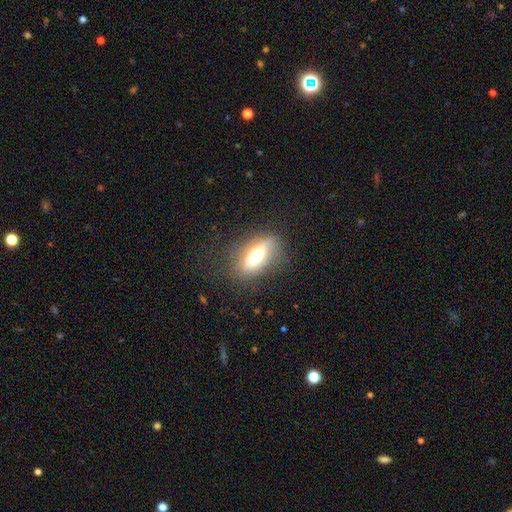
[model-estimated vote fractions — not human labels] This is possibly a smooth galaxy (59%). How rounded: likely in between (64%). Merging: likely none (77%).